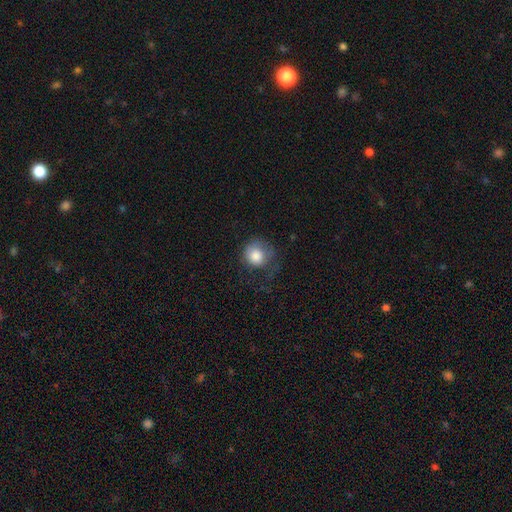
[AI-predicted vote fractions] smooth_or_featured: smooth (p=0.83) [alt: featured or disk p=0.09]
how_rounded: round (p=0.86) [alt: in between p=0.13]
merging: none (p=0.51) [alt: minor disturbance p=0.24]